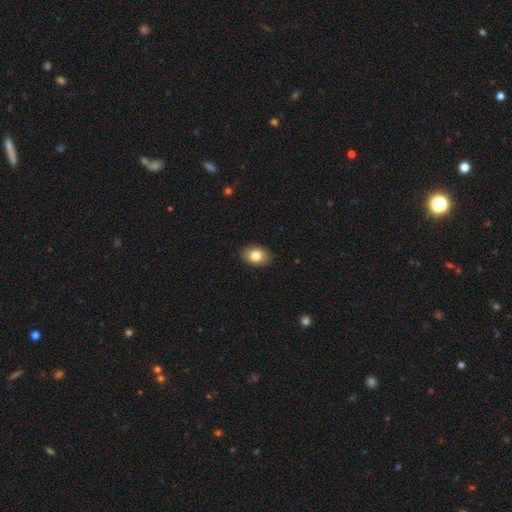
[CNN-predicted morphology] Smooth or featured: smooth — 82% (featured or disk — 10%)
How rounded: in between — 81% (round — 18%)
Merging: none — 89% (minor disturbance — 8%)